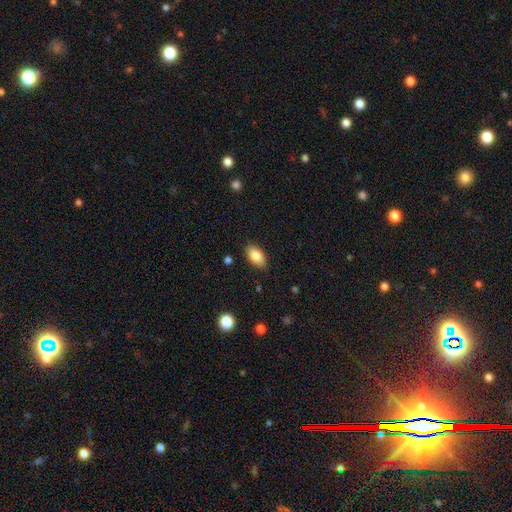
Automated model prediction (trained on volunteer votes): A smooth galaxy with no disk features (85%) that is in between round and cigar-shaped (92%).

Vote fractions:
- Smooth or featured? smooth: 85% / star or artifact: 7% / featured or disk: 7%
- How rounded? in between: 92% / round: 5% / cigar-shaped: 2%
- Merging? none: 84% / minor disturbance: 12% / major disturbance: 3% / merger: 1%